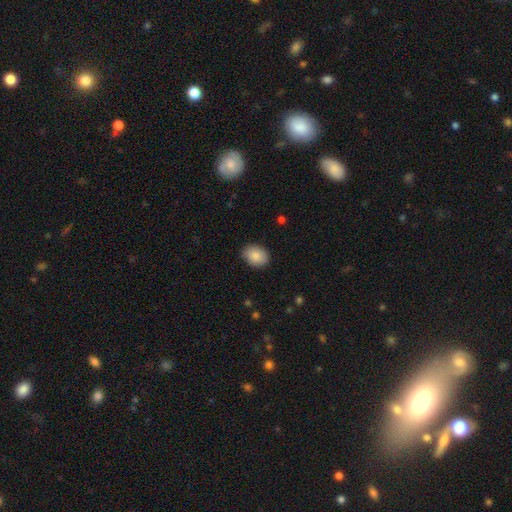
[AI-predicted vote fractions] Morphology: type=smooth (88%); roundness=in between (66%); merging=none (85%).